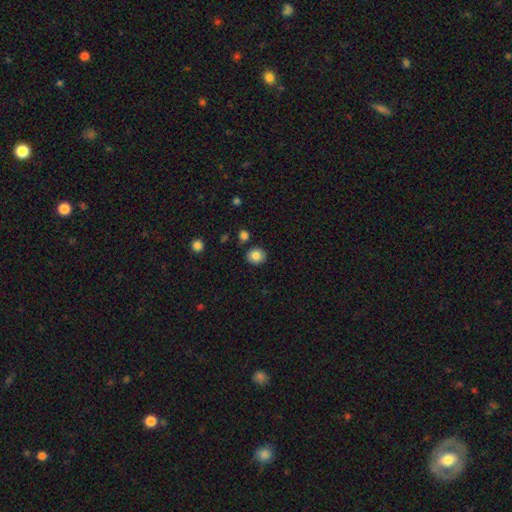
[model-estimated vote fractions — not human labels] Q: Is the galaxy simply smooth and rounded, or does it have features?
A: smooth — 84%.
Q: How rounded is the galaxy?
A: round — 78%.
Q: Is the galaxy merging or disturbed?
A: none — 85%.